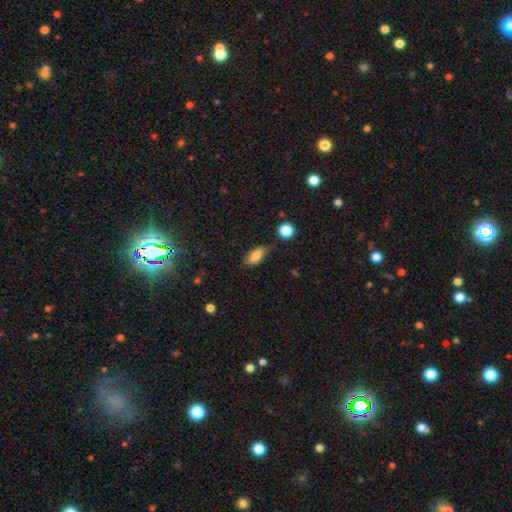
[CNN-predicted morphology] Smooth or featured: smooth — 77% (featured or disk — 14%)
How rounded: in between — 78% (cigar-shaped — 17%)
Merging: none — 72% (minor disturbance — 20%)